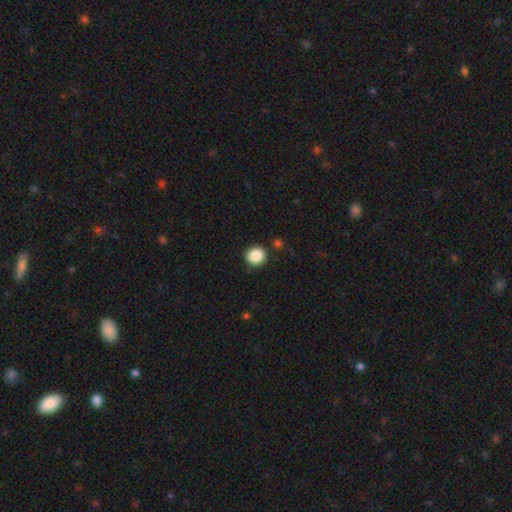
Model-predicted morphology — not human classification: Smooth or featured: smooth — 88% (star or artifact — 9%)
How rounded: round — 88% (in between — 11%)
Merging: none — 88% (minor disturbance — 7%)